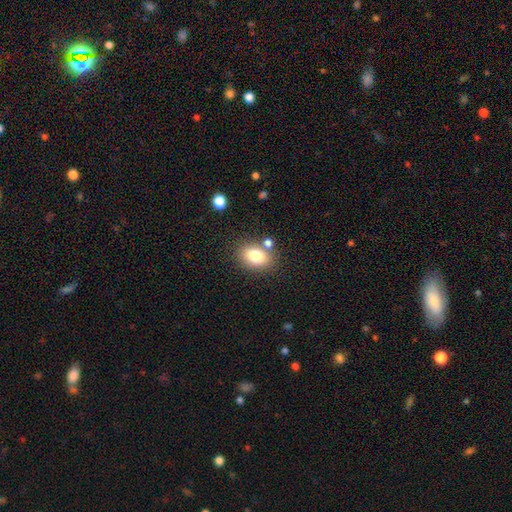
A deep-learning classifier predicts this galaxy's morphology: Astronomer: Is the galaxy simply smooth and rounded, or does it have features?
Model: smooth — 79%.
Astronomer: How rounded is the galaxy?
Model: in between — 76%.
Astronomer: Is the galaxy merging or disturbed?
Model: none — 73%.